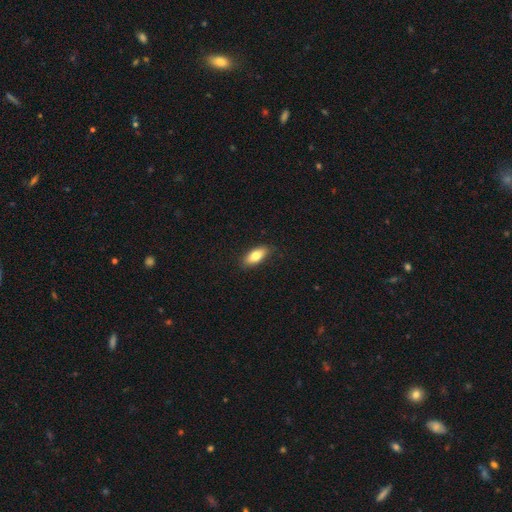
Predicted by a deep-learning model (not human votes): Smooth or featured: smooth — 80% (featured or disk — 13%)
How rounded: in between — 85% (cigar-shaped — 12%)
Merging: none — 86% (minor disturbance — 11%)